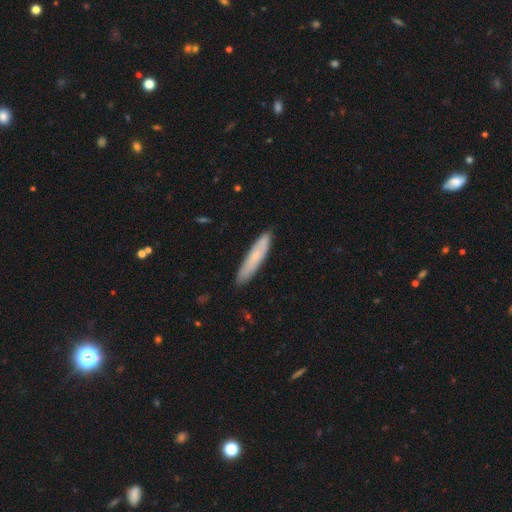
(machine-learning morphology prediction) A smooth galaxy with no disk features (69%) that is cigar-shaped (88%). Merging: none (87%).